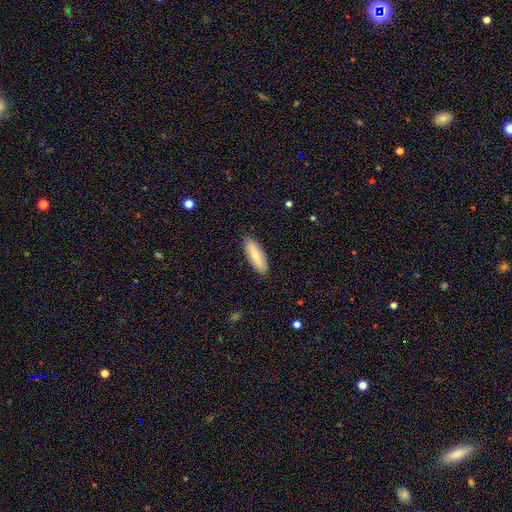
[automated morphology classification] Smooth or featured? smooth (70%)
How rounded? in between (49%, tied with cigar-shaped)
Merging? none (87%)